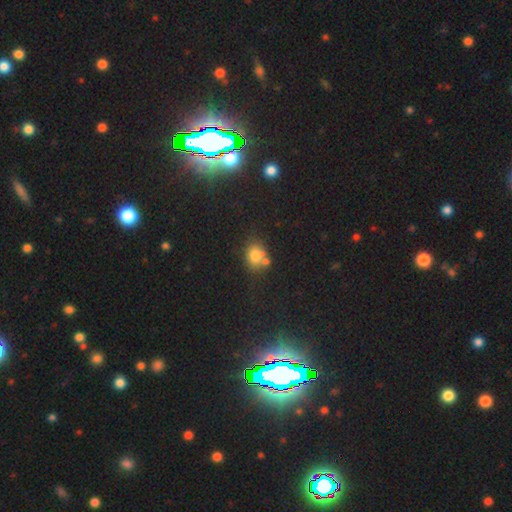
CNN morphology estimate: Smooth or featured? smooth (72%)
How rounded? round (53%)
Merging? none (52%)